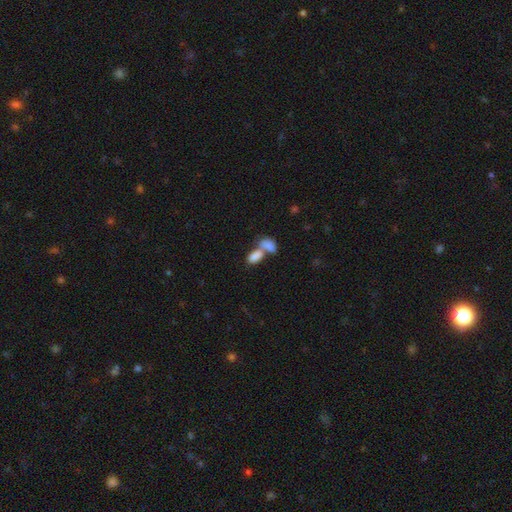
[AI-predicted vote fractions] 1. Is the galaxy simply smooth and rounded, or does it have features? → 82% smooth, 10% featured or disk, 8% star or artifact.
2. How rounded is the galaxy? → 92% in between, 4% round, 3% cigar-shaped.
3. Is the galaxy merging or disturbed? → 68% merger, 21% none, 6% minor disturbance, 4% major disturbance.